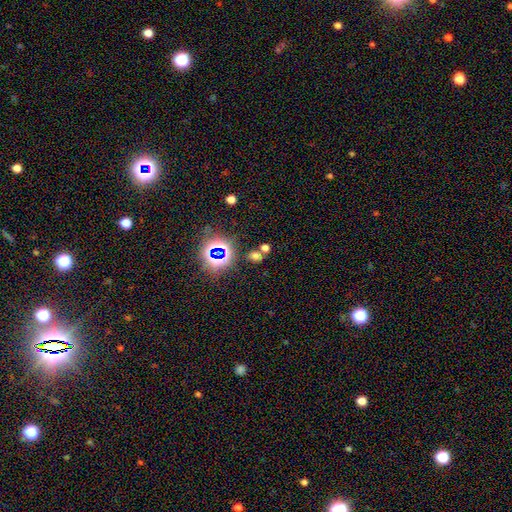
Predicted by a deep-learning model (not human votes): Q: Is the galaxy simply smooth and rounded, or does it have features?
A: smooth — 50%.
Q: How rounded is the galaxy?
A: round — 50%.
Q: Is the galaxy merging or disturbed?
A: none — 62%.